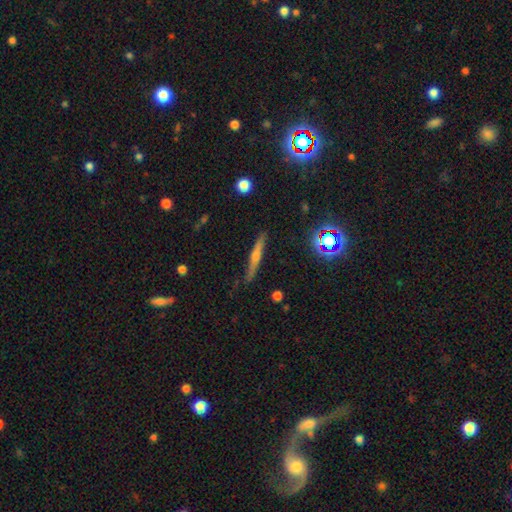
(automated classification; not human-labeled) Smooth or featured? Predicted: featured or disk (p=0.58). Edge-on disk? Predicted: yes (p=0.95). Edge-on bulge? Predicted: rounded (p=0.79). Merging? Predicted: none (p=0.82).